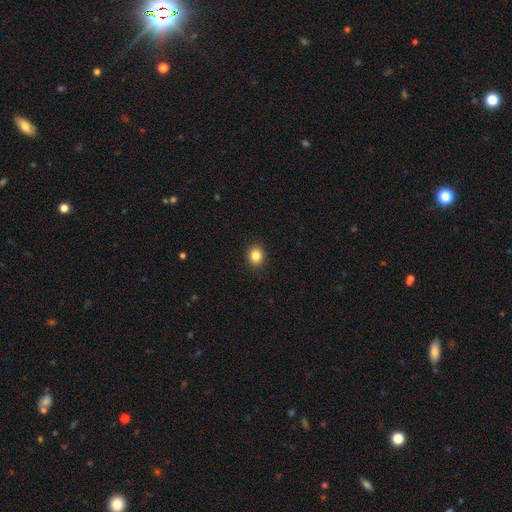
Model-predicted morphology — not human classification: Smooth or featured? smooth (84%)
How rounded? round (75%)
Merging? none (91%)